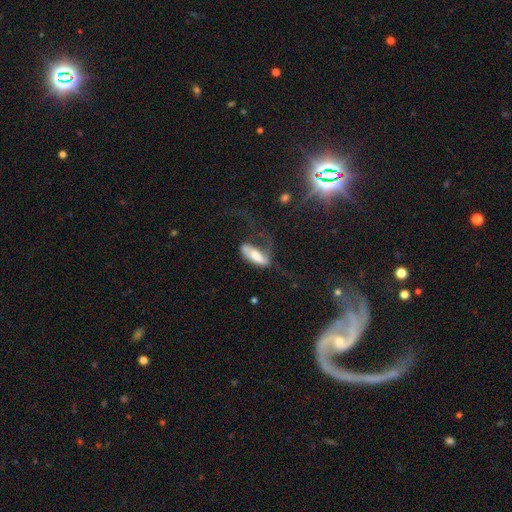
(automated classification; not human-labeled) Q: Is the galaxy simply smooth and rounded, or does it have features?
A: smooth — 58%.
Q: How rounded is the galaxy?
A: in between — 64%.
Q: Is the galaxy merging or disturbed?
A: major disturbance — 54%.